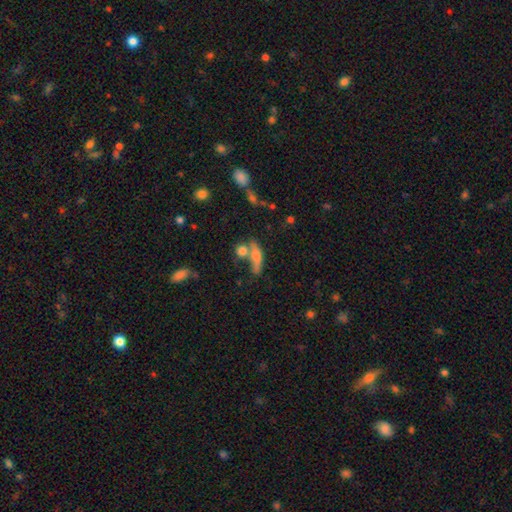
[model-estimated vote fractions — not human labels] smooth 53%, featured or disk 35%, star or artifact 12%. Down the decision tree: how rounded — cigar-shaped (59%); merging — none (50%).